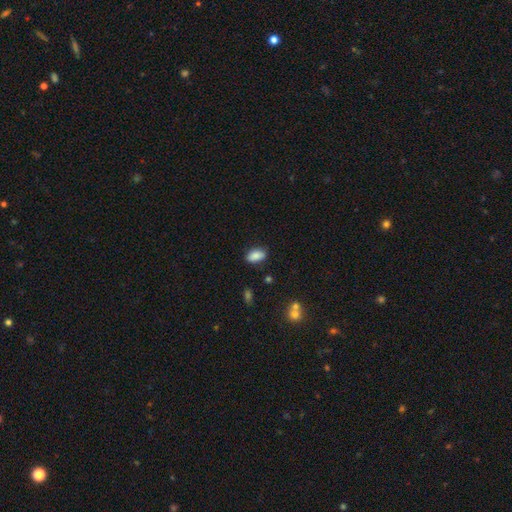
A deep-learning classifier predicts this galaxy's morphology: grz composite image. It shows a smooth galaxy with no disk features (86%) that is in between round and cigar-shaped (91%). Merging: none (81%).